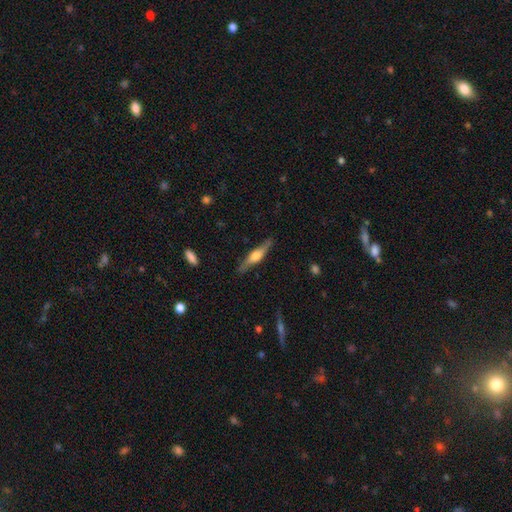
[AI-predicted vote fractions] The model was most divided on "smooth or featured": featured or disk: 63%, smooth: 31%, star or artifact: 5%. More confident: edge-on disk — yes (94%); merging — none (85%); edge-on bulge — rounded (83%).